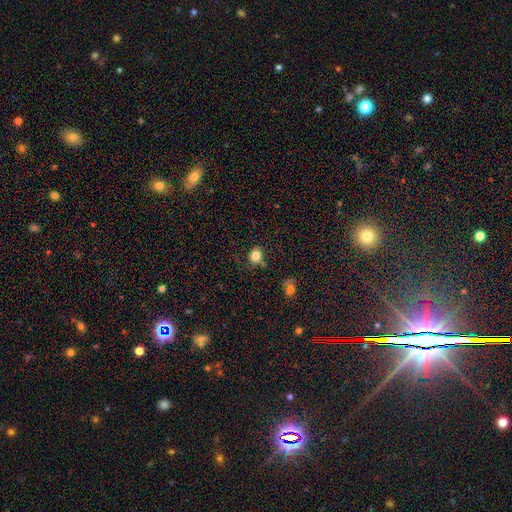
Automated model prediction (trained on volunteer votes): Q: Smooth or featured?
A: smooth (82%); runner-up: star or artifact (12%)
Q: How rounded?
A: round (69%); runner-up: in between (30%)
Q: Merging?
A: none (71%); runner-up: minor disturbance (18%)